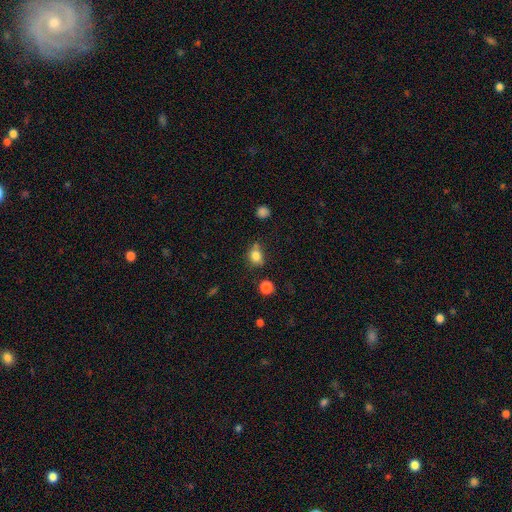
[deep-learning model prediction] Smooth or featured? smooth (79%)
How rounded? in between (50%)
Merging? none (55%)